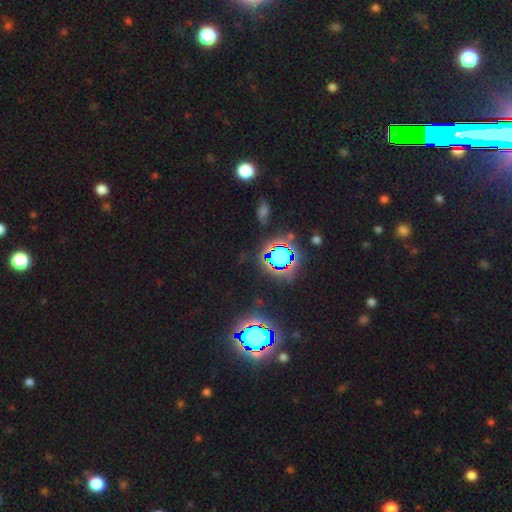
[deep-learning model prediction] star or artifact 82%, smooth 11%, featured or disk 7%.